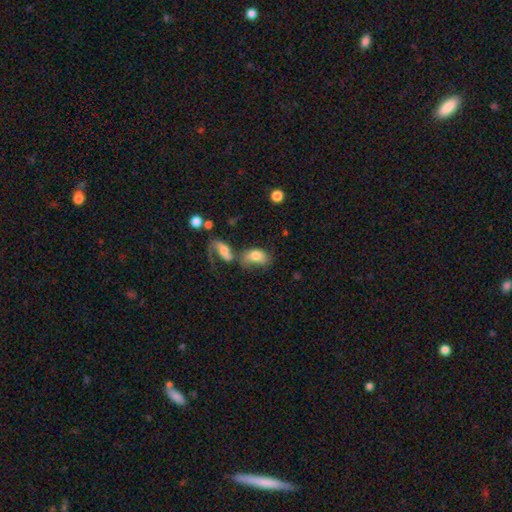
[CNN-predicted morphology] type=smooth (66%); roundness=in between (87%); merging=merger (47%).